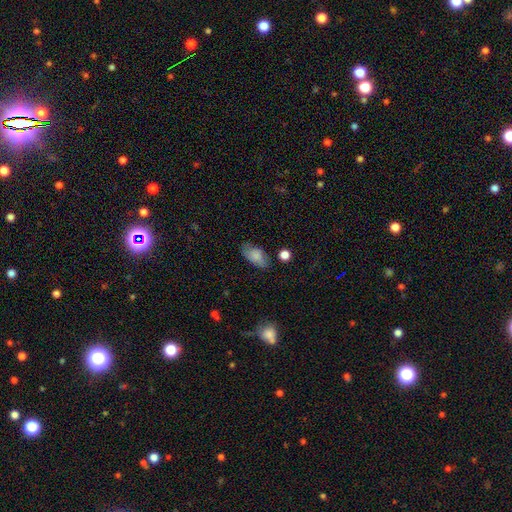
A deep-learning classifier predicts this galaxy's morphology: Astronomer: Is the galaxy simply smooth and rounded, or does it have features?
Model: smooth — 80%.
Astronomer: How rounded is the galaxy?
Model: in between — 91%.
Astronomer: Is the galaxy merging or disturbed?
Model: none — 71%.